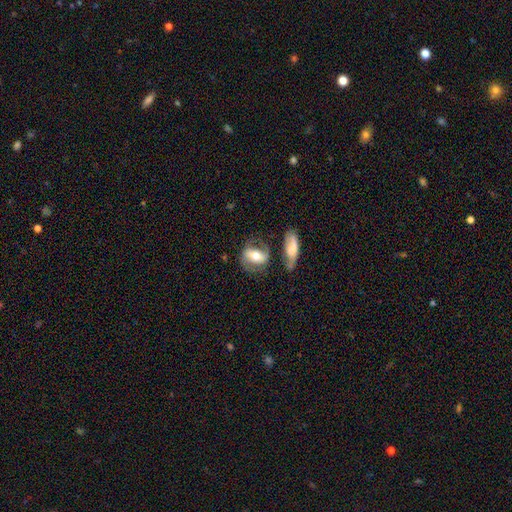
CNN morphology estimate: smooth-or-featured: featured or disk: 59% | smooth: 35% | star or artifact: 6%
  disk-edge-on: no: 90% | yes: 10%
    bar: strong: 43% | weak: 31% | no: 26%
    has-spiral-arms: yes: 73% | no: 27%
    bulge-size: moderate: 70% | small: 18% | large: 10% | dominant: 1% | none: 1%
  merging: none: 58% | minor disturbance: 19% | merger: 13% | major disturbance: 10%